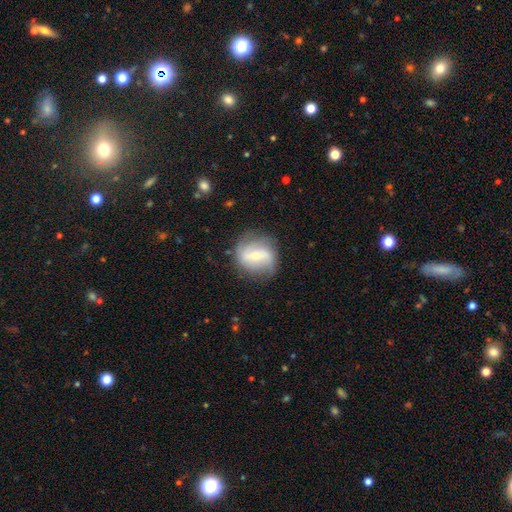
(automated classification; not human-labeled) featured or disk 65%, smooth 27%, star or artifact 7%. Down the decision tree: edge-on disk — no (96%); bar — weak (43%); spiral arms — yes (85%); spiral arm count — 2 (74%); spiral winding — loose (50%); bulge size — small (56%); merging — none (72%).